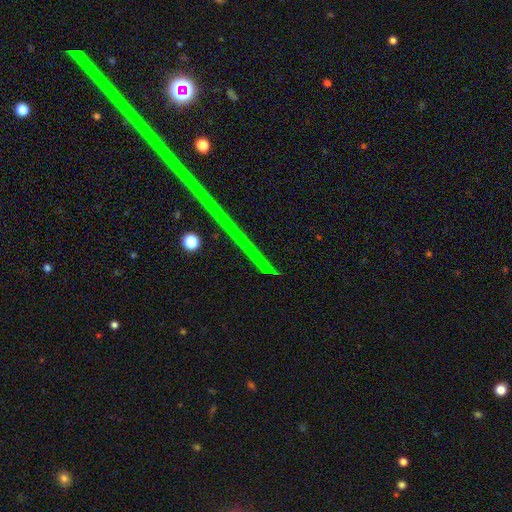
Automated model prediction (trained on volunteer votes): Smooth or featured? star or artifact (77%)